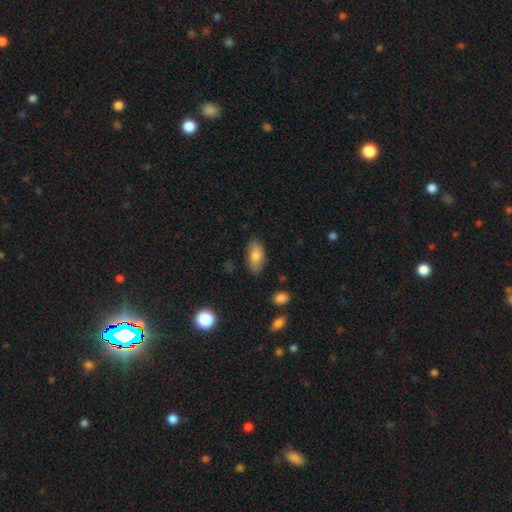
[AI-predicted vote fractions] A smooth galaxy with no disk features (81%) that is in between round and cigar-shaped (91%).

Vote fractions:
- Smooth or featured? smooth: 81% / featured or disk: 11% / star or artifact: 7%
- How rounded? in between: 91% / cigar-shaped: 6% / round: 3%
- Merging? none: 80% / minor disturbance: 15% / major disturbance: 3% / merger: 2%